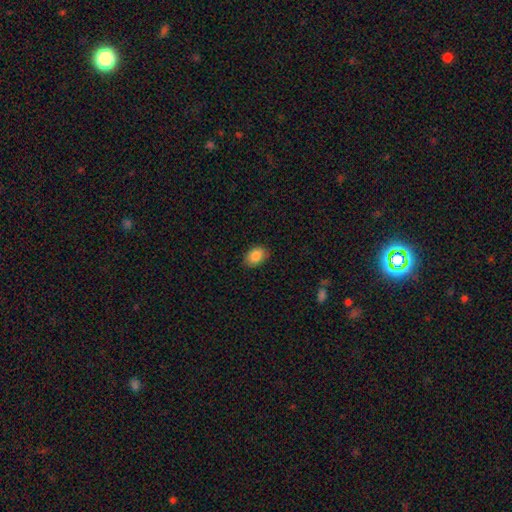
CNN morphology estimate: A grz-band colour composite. It shows a smooth galaxy with no disk features (86%) that is in between round and cigar-shaped (79%). Merging: none (86%).